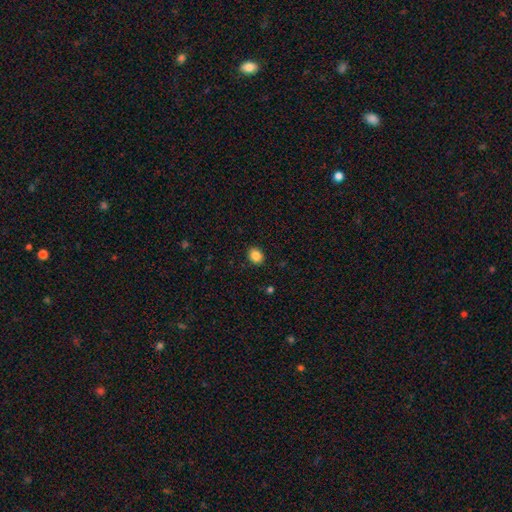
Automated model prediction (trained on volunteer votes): Overall: smooth (86%). How rounded: round (56%; in between 43%). Merging: none (90%).